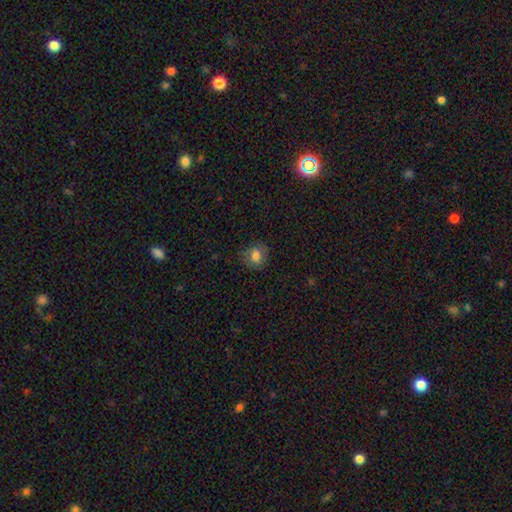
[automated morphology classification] Smooth or featured?
  - smooth: 78% *
  - star or artifact: 12%
  - featured or disk: 10%
How rounded?
  - round: 74% *
  - in between: 25%
  - cigar-shaped: 1%
Merging?
  - none: 80% *
  - minor disturbance: 15%
  - major disturbance: 5%
  - merger: 1%